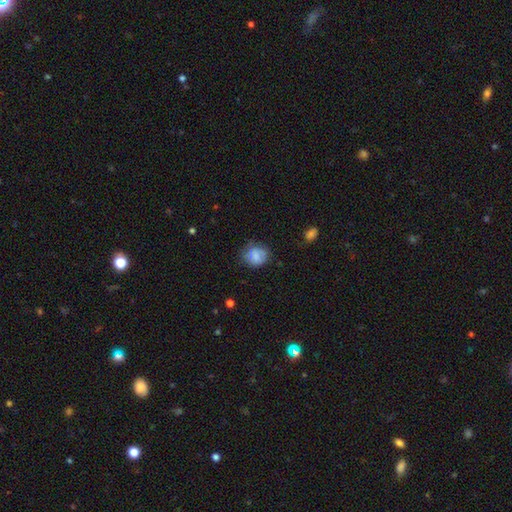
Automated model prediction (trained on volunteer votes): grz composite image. It shows a smooth galaxy with no disk features (74%) that is round (68%). Merging: none (65%).